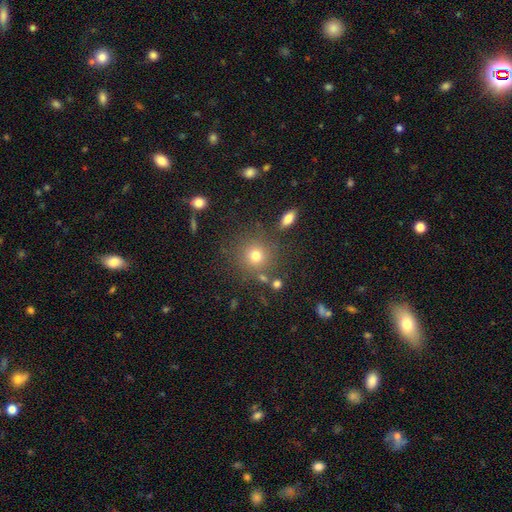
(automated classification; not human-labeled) A smooth galaxy with no disk features (75%) that is round (91%).

Vote fractions:
- Smooth or featured? smooth: 75% / star or artifact: 15% / featured or disk: 10%
- How rounded? round: 91% / in between: 8% / cigar-shaped: 1%
- Merging? none: 79% / minor disturbance: 10% / merger: 6% / major disturbance: 4%